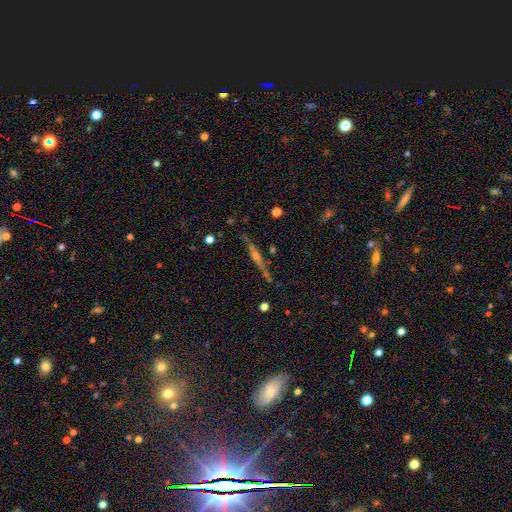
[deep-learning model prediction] Q: Smooth or featured?
A: featured or disk (73%); runner-up: smooth (15%)
Q: Edge-on disk?
A: yes (96%); runner-up: no (4%)
Q: Edge-on bulge?
A: rounded (74%); runner-up: none (15%)
Q: Merging?
A: none (81%); runner-up: minor disturbance (12%)